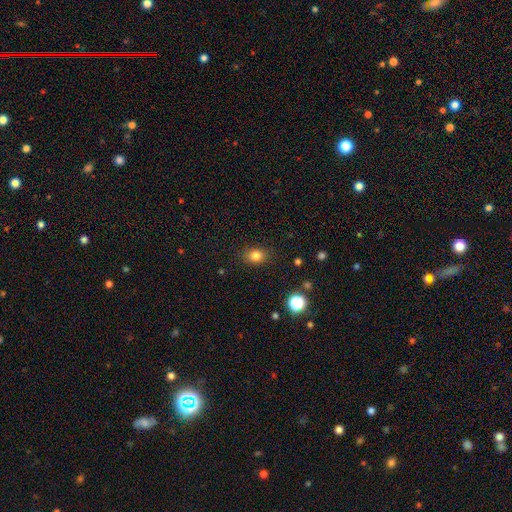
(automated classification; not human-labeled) A smooth galaxy with no disk features (81%) that is in between round and cigar-shaped (51%). Merging: none (86%).